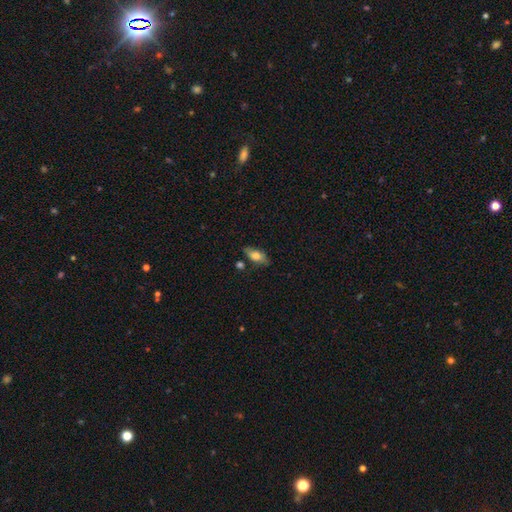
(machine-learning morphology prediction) A smooth galaxy with no disk features (70%) that is in between round and cigar-shaped (84%).

Vote fractions:
- Smooth or featured? smooth: 70% / featured or disk: 23% / star or artifact: 7%
- How rounded? in between: 84% / cigar-shaped: 12% / round: 4%
- Merging? none: 74% / minor disturbance: 18% / merger: 5% / major disturbance: 4%